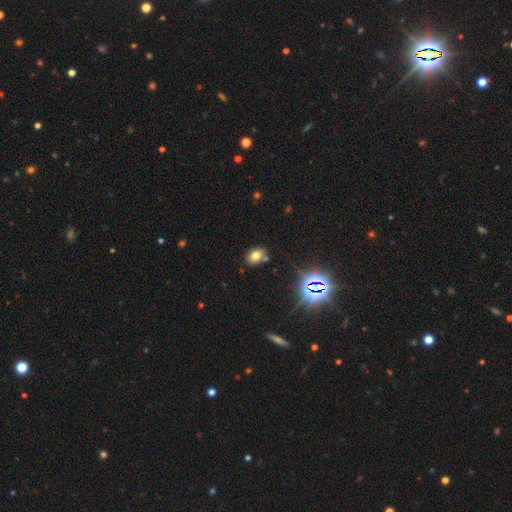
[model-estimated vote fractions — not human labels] Overall: smooth (72%). How rounded: in between (69%; round 29%). Merging: none (77%).